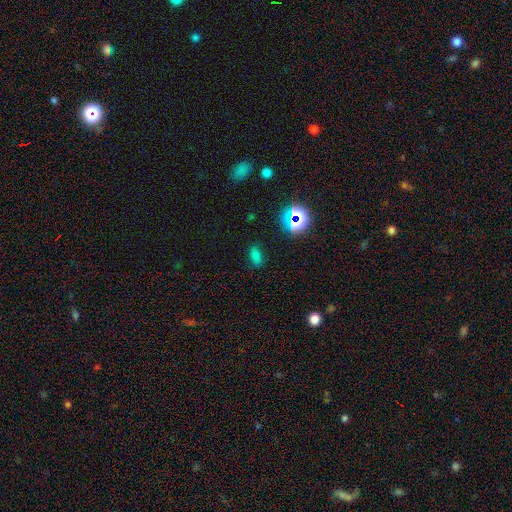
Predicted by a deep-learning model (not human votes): Smooth or featured: smooth — 65% (star or artifact — 26%)
How rounded: in between — 82% (round — 9%)
Merging: none — 79% (minor disturbance — 14%)